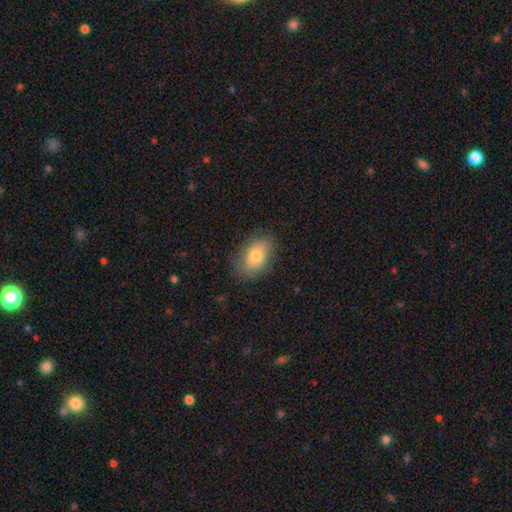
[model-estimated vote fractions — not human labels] Morphology: type=smooth (73%); roundness=in between (87%); merging=none (79%).